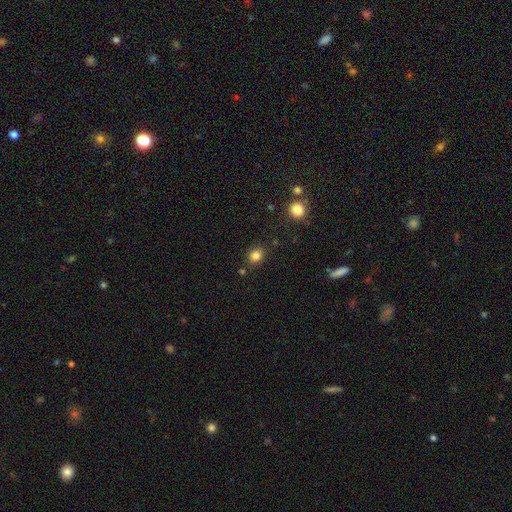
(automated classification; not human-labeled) This is clearly a smooth galaxy (83%). How rounded: likely round (73%). Merging: clearly none (84%).